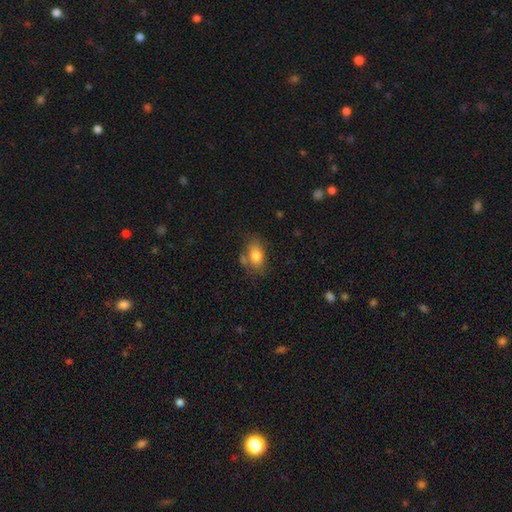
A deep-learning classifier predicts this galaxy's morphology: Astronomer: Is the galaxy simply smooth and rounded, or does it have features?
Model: smooth — 80%.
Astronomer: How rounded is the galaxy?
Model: in between — 83%.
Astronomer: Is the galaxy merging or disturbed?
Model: none — 61%.